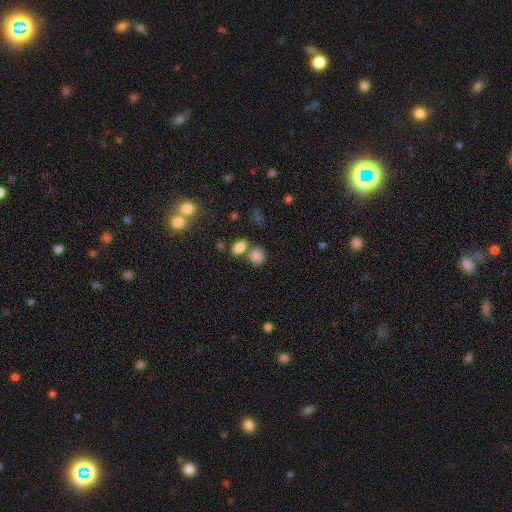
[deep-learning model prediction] Morphology: type=smooth (84%); roundness=round (64%); merging=none (58%).